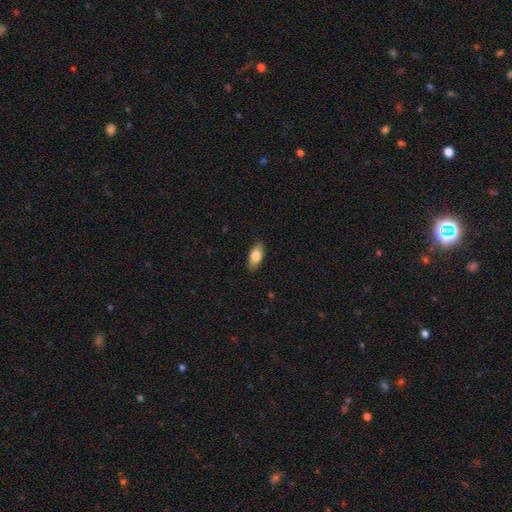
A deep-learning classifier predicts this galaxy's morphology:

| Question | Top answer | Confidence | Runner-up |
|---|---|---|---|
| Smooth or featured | smooth | 78% | featured or disk (15%) |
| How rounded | in between | 88% | cigar-shaped (9%) |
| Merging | none | 88% | minor disturbance (10%) |